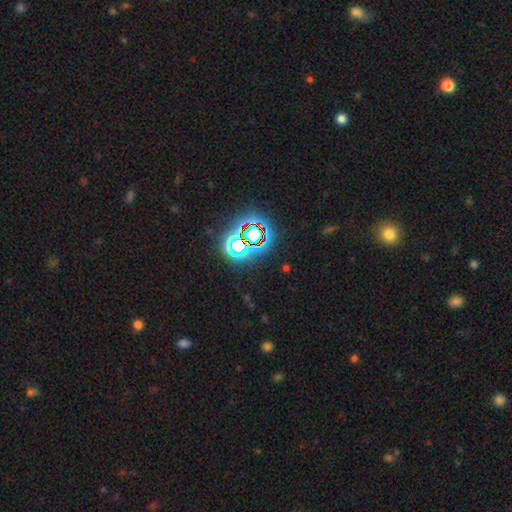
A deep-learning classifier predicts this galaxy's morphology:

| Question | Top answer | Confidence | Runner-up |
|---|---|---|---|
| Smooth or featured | star or artifact | 71% | smooth (18%) |